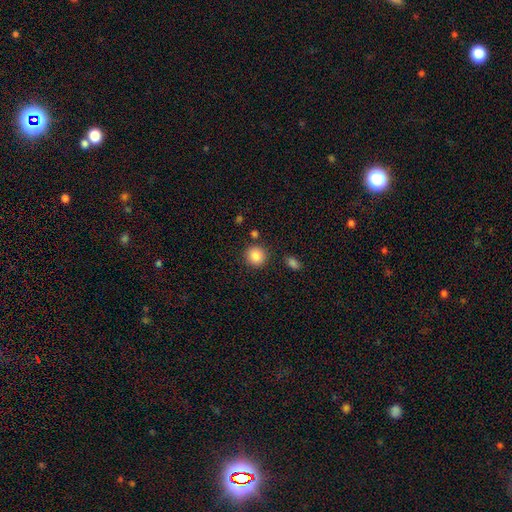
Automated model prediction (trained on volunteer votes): A smooth galaxy with no disk features (87%) that is round (91%). Merging: none (86%).